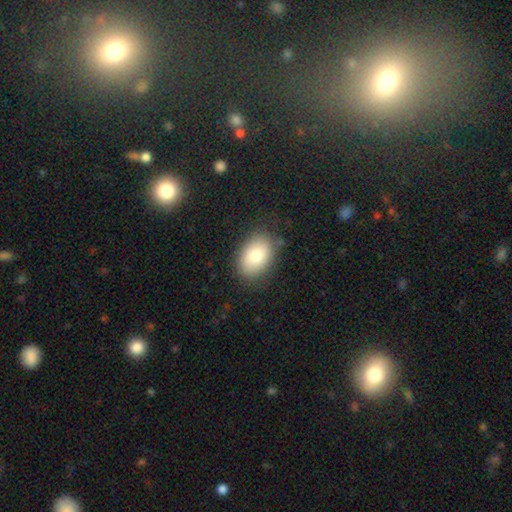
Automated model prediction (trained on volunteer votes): Smooth or featured: smooth — 81% (featured or disk — 12%)
How rounded: in between — 82% (round — 17%)
Merging: none — 82% (minor disturbance — 13%)